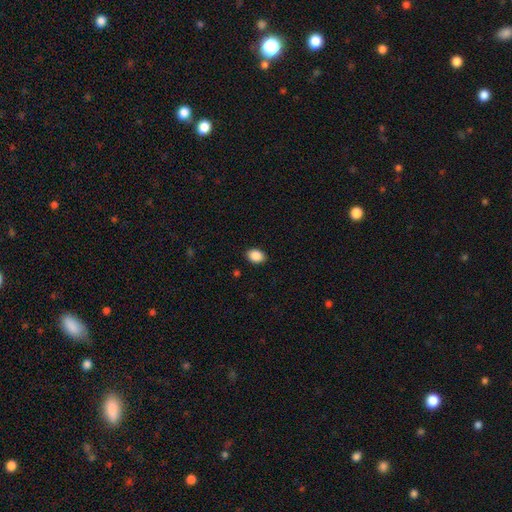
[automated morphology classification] A smooth galaxy with no disk features (89%) that is in between round and cigar-shaped (74%). Merging: none (89%).